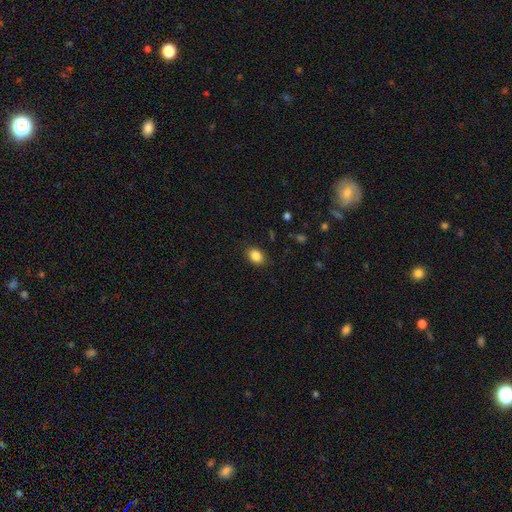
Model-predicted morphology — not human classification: Q: Smooth or featured?
A: smooth (86%); runner-up: star or artifact (9%)
Q: How rounded?
A: in between (77%); runner-up: round (22%)
Q: Merging?
A: none (87%); runner-up: minor disturbance (10%)